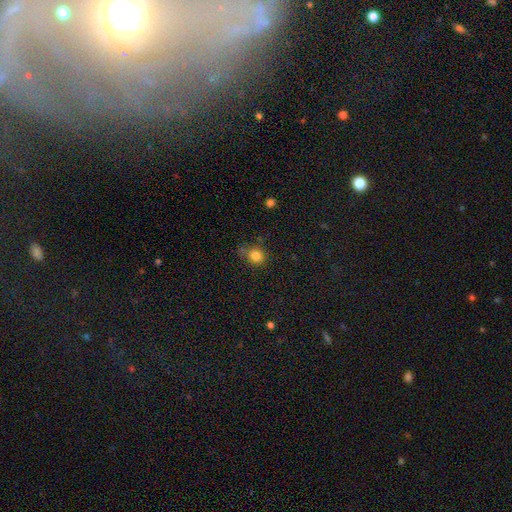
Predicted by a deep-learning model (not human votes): Morphology: type=smooth (81%); roundness=round (79%); merging=none (67%).